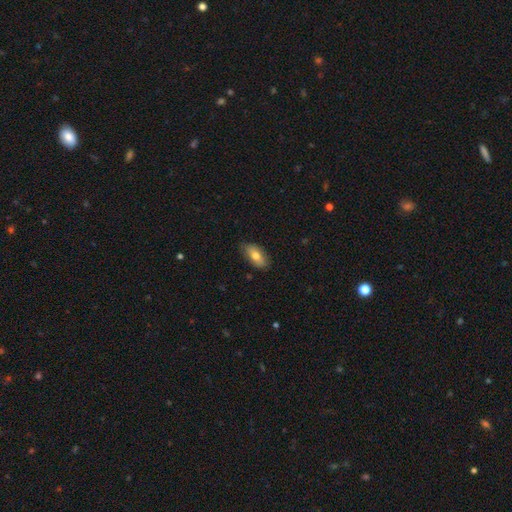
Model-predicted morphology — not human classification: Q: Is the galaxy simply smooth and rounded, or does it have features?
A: smooth — 72%.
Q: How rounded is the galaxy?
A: in between — 88%.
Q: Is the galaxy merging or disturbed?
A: none — 82%.